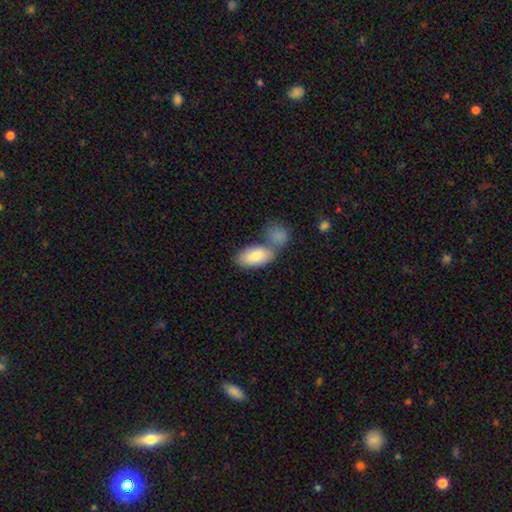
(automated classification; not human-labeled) Smooth or featured? Predicted: smooth (p=0.83). How rounded? Predicted: in between (p=0.93). Merging? Predicted: merger (p=0.43).